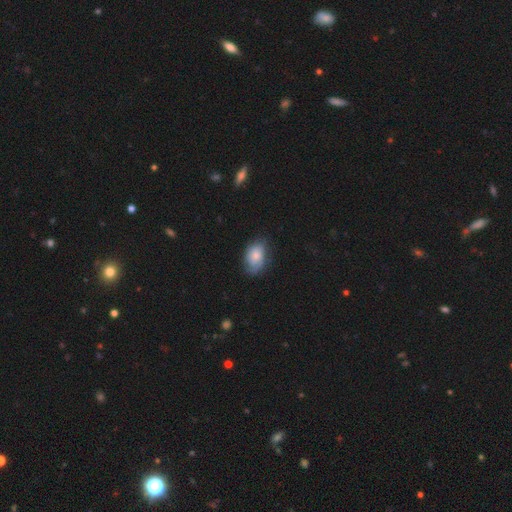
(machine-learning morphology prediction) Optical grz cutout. It shows a smooth galaxy with no disk features (70%) that is in between round and cigar-shaped (87%). Merging: none (61%).